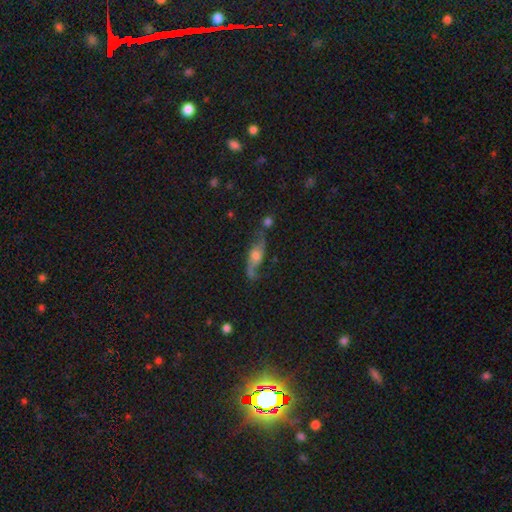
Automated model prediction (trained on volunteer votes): Overall: featured or disk (70%). Edge-on disk: no (70%; yes 30%). Merging: none (62%).